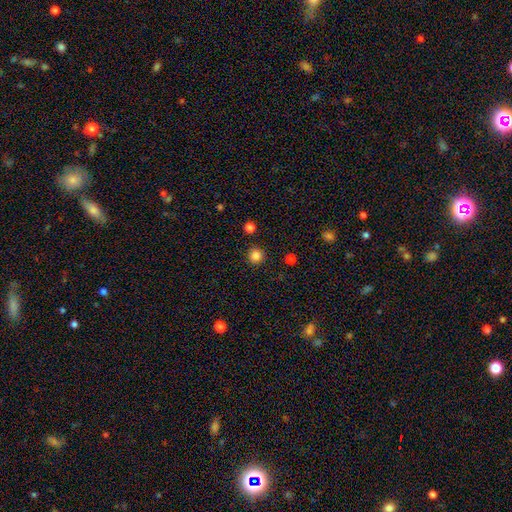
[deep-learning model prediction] The model was most divided on "smooth or featured": smooth: 84%, star or artifact: 13%, featured or disk: 3%. More confident: how rounded — round (92%); merging — none (90%).